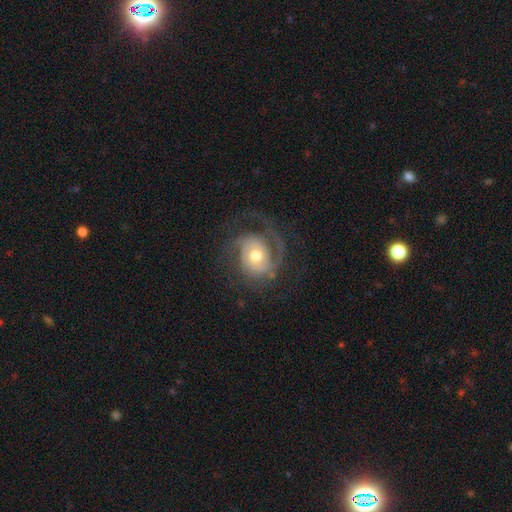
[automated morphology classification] featured or disk 82%, smooth 13%, star or artifact 6%. Down the decision tree: edge-on disk — no (97%); bar — no (69%); spiral arms — yes (93%); spiral arm count — 2 (40%); spiral winding — tight (42%); bulge size — moderate (71%); merging — none (58%).